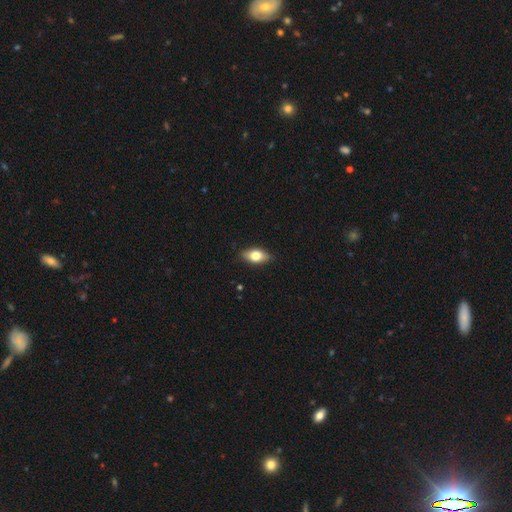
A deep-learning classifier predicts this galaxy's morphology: Smooth or featured: smooth — 69% (featured or disk — 23%)
How rounded: in between — 85% (cigar-shaped — 8%)
Merging: none — 86% (minor disturbance — 11%)